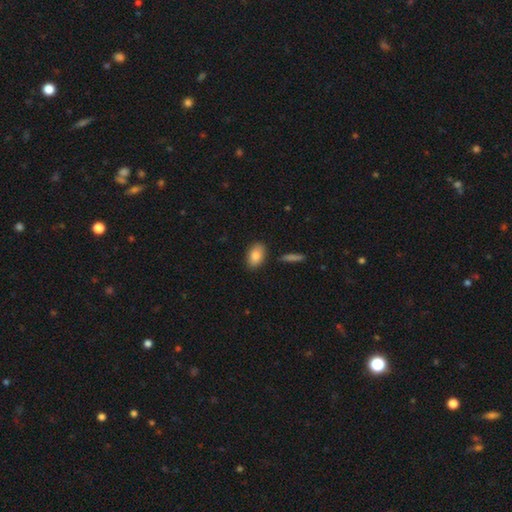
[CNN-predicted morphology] smooth 86%, featured or disk 8%, star or artifact 6%. Down the decision tree: how rounded — in between (89%); merging — none (84%).